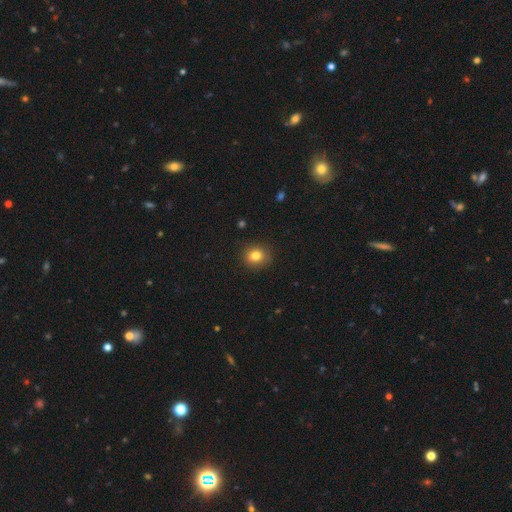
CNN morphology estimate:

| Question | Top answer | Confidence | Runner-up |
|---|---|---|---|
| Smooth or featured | smooth | 81% | star or artifact (11%) |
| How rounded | round | 77% | in between (22%) |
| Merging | none | 87% | minor disturbance (10%) |